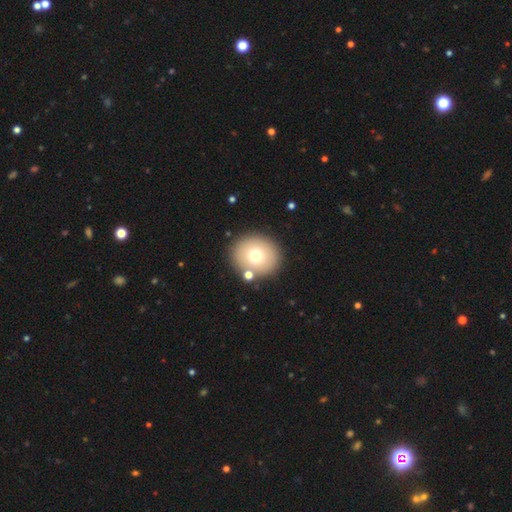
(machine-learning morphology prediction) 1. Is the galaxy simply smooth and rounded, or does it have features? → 71% smooth, 18% featured or disk, 11% star or artifact.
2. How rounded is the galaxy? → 86% round, 13% in between, 1% cigar-shaped.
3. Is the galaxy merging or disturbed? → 84% none, 7% minor disturbance, 6% merger, 3% major disturbance.